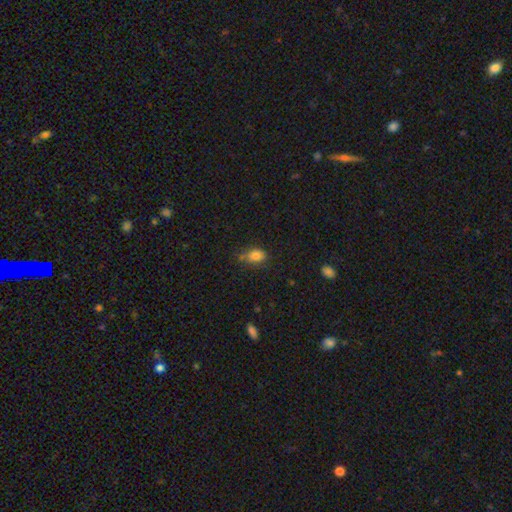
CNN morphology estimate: smooth-or-featured: smooth: 80% | star or artifact: 11% | featured or disk: 9%
  how-rounded: in between: 70% | round: 28% | cigar-shaped: 2%
  merging: none: 58% | minor disturbance: 31% | major disturbance: 7% | merger: 4%